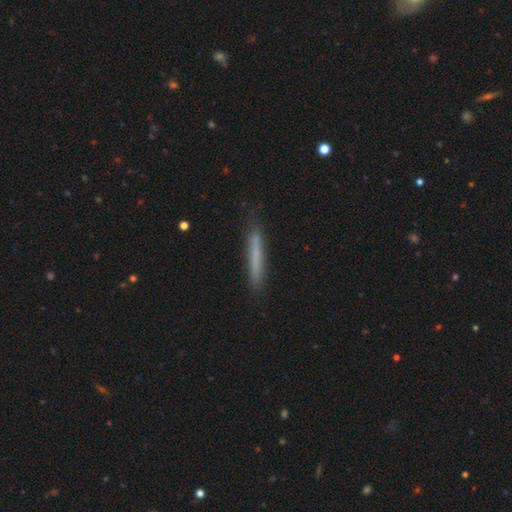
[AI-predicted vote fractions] smooth 68%, featured or disk 25%, star or artifact 7%. Down the decision tree: how rounded — cigar-shaped (96%); merging — none (83%).